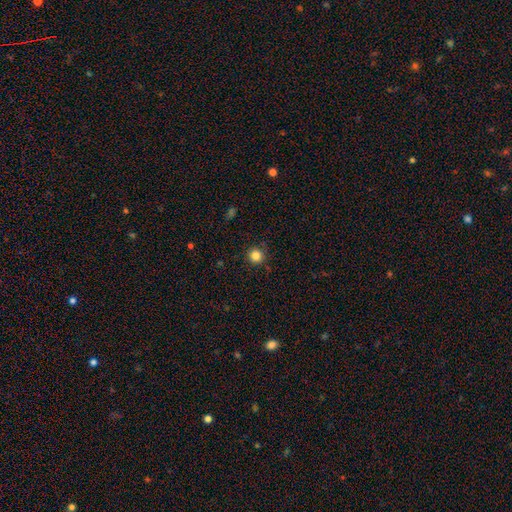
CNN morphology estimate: Q: Smooth or featured?
A: smooth (84%); runner-up: star or artifact (12%)
Q: How rounded?
A: round (95%); runner-up: in between (4%)
Q: Merging?
A: none (90%); runner-up: minor disturbance (7%)